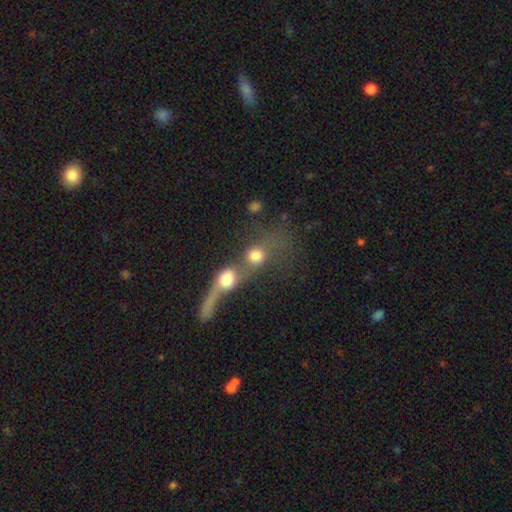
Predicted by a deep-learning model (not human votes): This appears to be a smooth galaxy with no disk features (69%) that is round (70%). Merging: merger (74%).